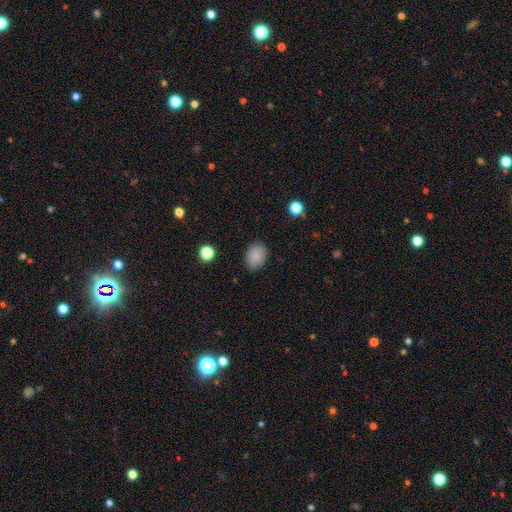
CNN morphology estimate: This is clearly a smooth galaxy (87%). How rounded: likely in between (69%). Merging: clearly none (86%).